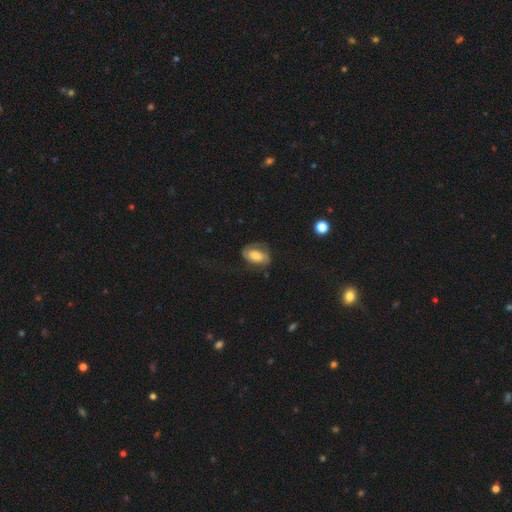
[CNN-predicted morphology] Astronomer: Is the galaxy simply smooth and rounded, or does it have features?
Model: featured or disk — 47% (runner-up: smooth, 46%).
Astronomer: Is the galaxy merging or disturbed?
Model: none — 59%.